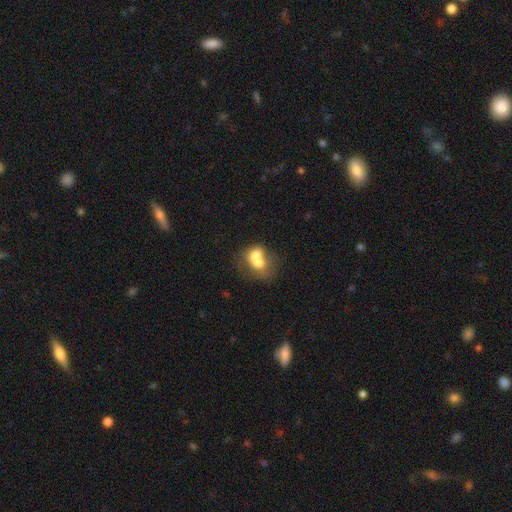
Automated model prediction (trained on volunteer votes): Overall: smooth (63%; featured or disk 28%). How rounded: round (51%; in between 48%). Merging: merger (72%).